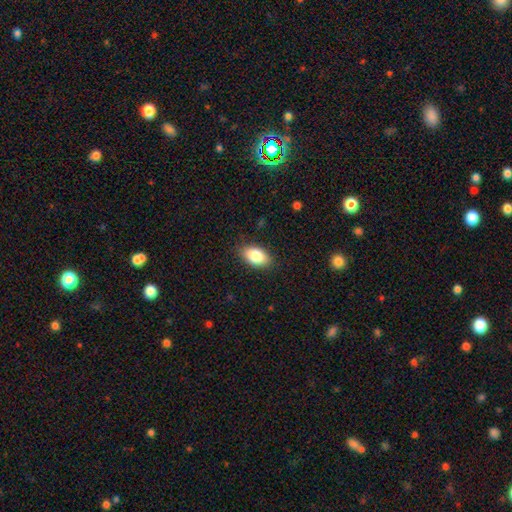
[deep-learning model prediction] smooth_or_featured: smooth (p=0.83) [alt: featured or disk p=0.10]
how_rounded: in between (p=0.92) [alt: round p=0.06]
merging: none (p=0.85) [alt: minor disturbance p=0.11]